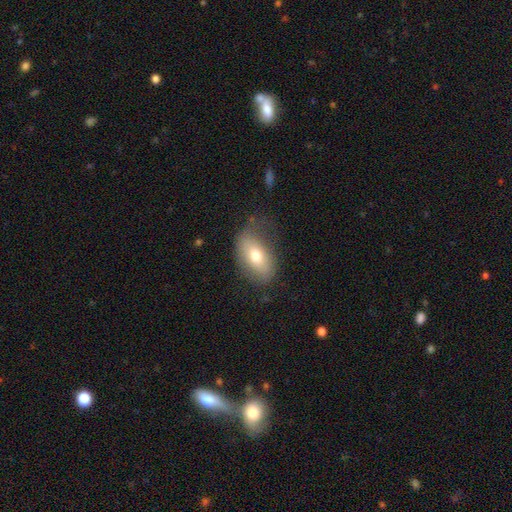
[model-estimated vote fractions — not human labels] Smooth or featured? Predicted: smooth (p=0.69). How rounded? Predicted: in between (p=0.90). Merging? Predicted: none (p=0.62).